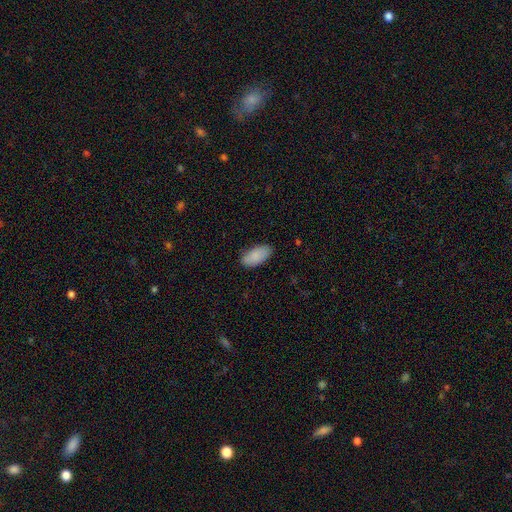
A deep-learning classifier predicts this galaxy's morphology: Q: Smooth or featured?
A: smooth (89%); runner-up: star or artifact (6%)
Q: How rounded?
A: in between (94%); runner-up: cigar-shaped (4%)
Q: Merging?
A: none (84%); runner-up: minor disturbance (12%)